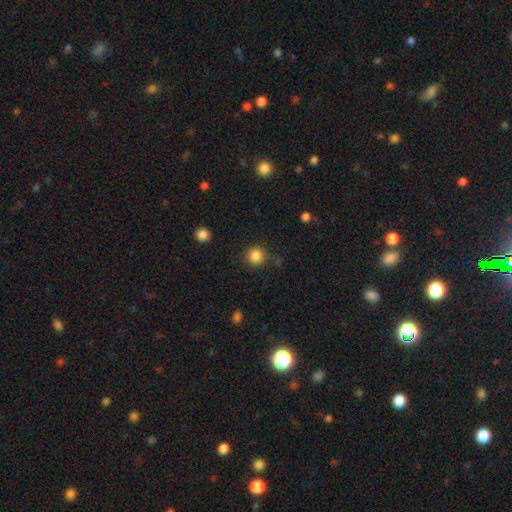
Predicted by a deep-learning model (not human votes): smooth_or_featured: smooth (p=0.85) [alt: star or artifact p=0.11]
how_rounded: round (p=0.93) [alt: in between p=0.06]
merging: none (p=0.82) [alt: minor disturbance p=0.11]